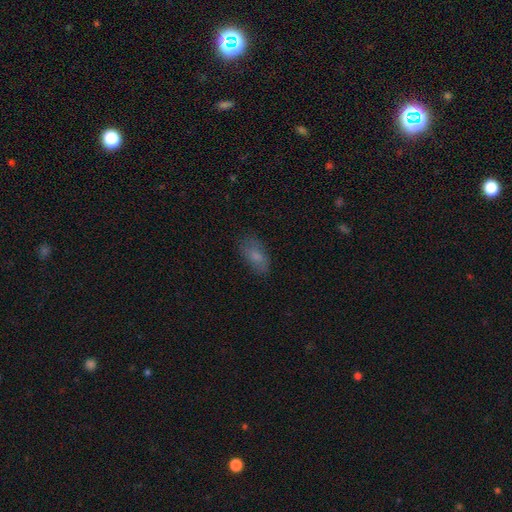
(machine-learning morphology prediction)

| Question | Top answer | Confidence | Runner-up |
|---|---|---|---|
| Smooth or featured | smooth | 75% | featured or disk (16%) |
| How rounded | in between | 89% | cigar-shaped (6%) |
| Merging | none | 75% | minor disturbance (18%) |